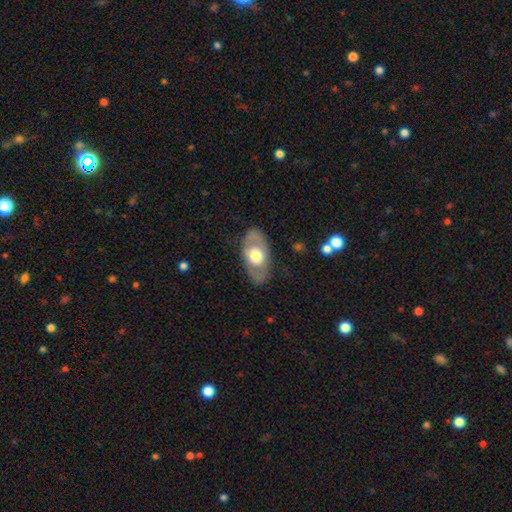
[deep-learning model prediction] A featured or disk galaxy (49%).

Vote fractions:
- Smooth or featured? featured or disk: 49% / smooth: 46% / star or artifact: 5%
- Merging? none: 80% / minor disturbance: 14% / major disturbance: 5% / merger: 1%